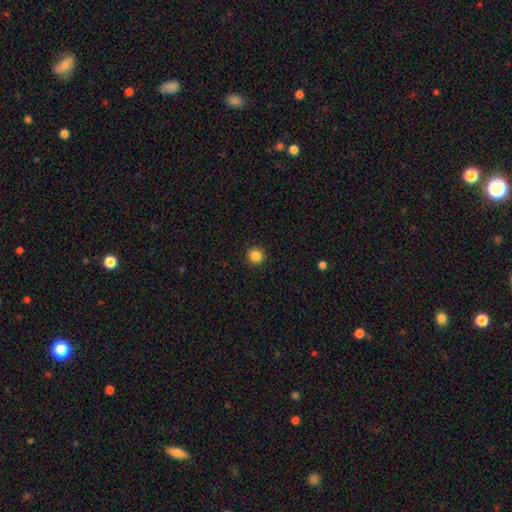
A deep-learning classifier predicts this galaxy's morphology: The model was most divided on "smooth or featured": smooth: 86%, star or artifact: 11%, featured or disk: 3%. More confident: how rounded — round (96%); merging — none (93%).